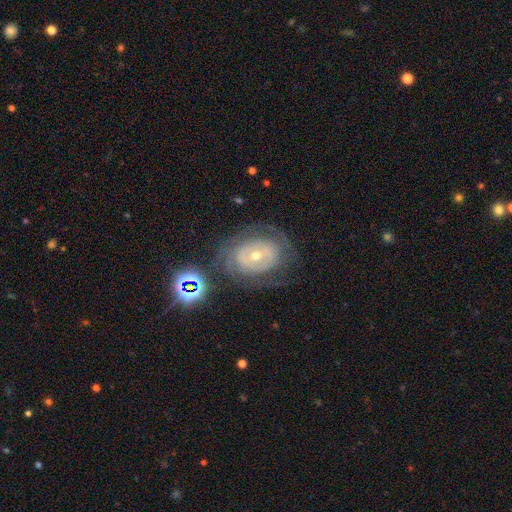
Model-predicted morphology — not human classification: This appears to be a featured or disk galaxy (70%) with no bar (66%), spiral arms (56%) and a small central bulge (50%). Merging: none (67%).